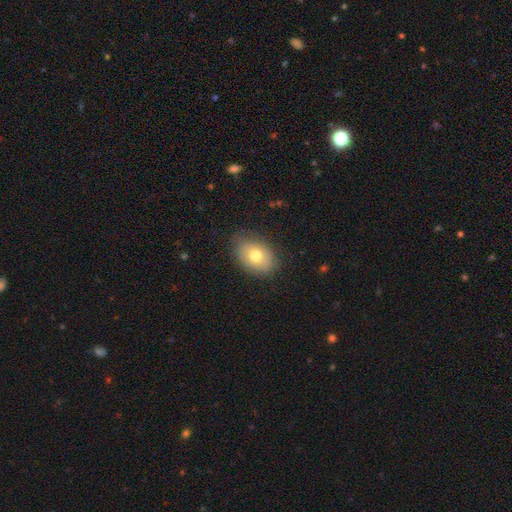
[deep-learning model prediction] smooth-or-featured: smooth: 73% | featured or disk: 19% | star or artifact: 8%
  how-rounded: in between: 77% | round: 22% | cigar-shaped: 1%
  merging: none: 78% | minor disturbance: 17% | major disturbance: 4% | merger: 1%